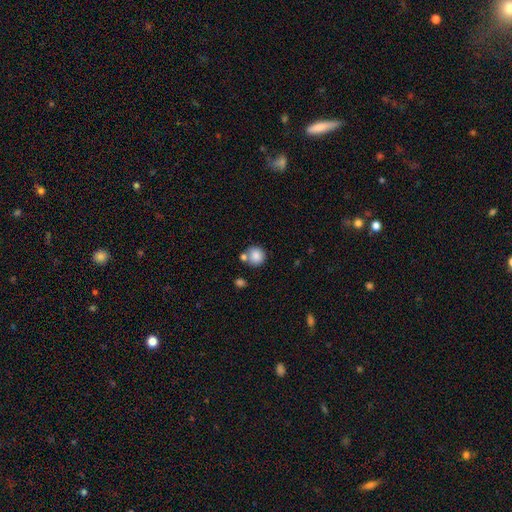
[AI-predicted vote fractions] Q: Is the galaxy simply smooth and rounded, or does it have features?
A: smooth — 84%.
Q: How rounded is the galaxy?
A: round — 90%.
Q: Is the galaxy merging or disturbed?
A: none — 63%.